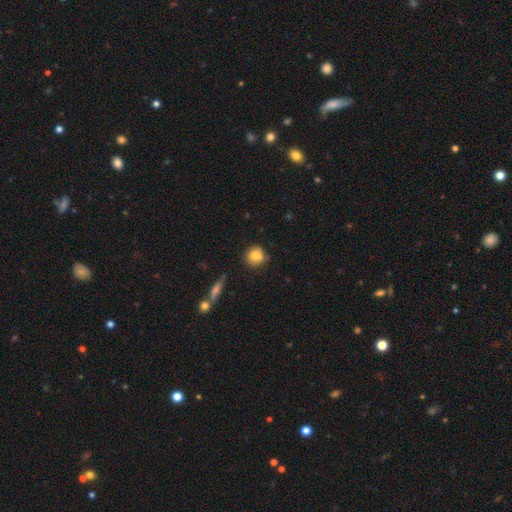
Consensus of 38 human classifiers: Morphology: type=smooth (76%); roundness=round (83%); merging=none (69%).